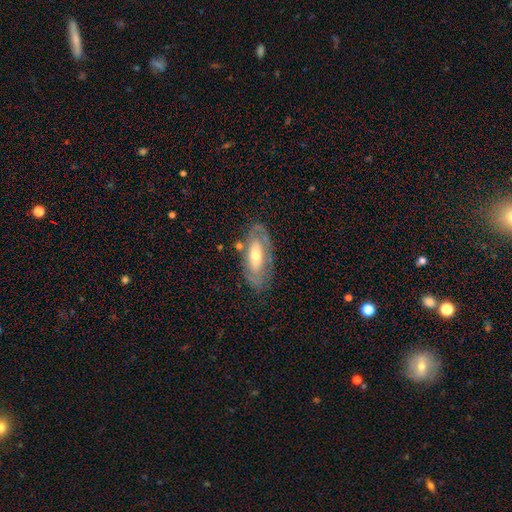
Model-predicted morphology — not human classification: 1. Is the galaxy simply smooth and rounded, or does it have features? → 60% featured or disk, 34% smooth, 6% star or artifact.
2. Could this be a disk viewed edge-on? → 83% no, 17% yes.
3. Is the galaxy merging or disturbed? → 73% none, 17% minor disturbance, 7% major disturbance, 4% merger.